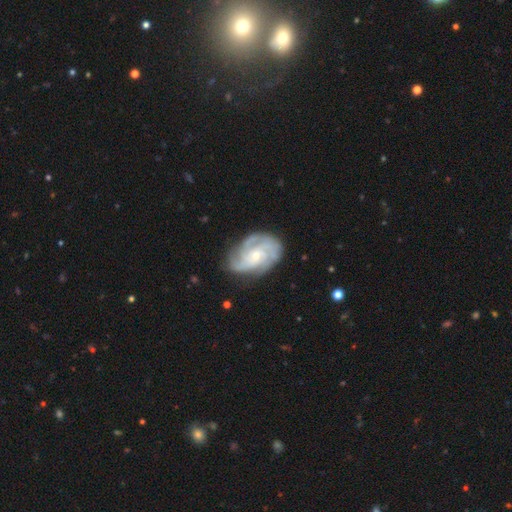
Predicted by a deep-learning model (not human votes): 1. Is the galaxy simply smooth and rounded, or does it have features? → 86% featured or disk, 9% smooth, 5% star or artifact.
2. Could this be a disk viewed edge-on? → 97% no, 3% yes.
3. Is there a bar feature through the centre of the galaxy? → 66% no, 29% weak, 5% strong.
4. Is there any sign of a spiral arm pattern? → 96% yes, 4% no.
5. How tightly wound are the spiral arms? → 53% tight, 38% medium, 10% loose.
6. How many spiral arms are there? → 33% 3, 25% 4, 20% can't tell, 12% 2, 6% more than 4, 5% 1.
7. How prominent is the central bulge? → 65% small, 31% moderate, 2% none, 1% large, 1% dominant.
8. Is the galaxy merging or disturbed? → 71% none, 20% minor disturbance, 7% major disturbance, 1% merger.